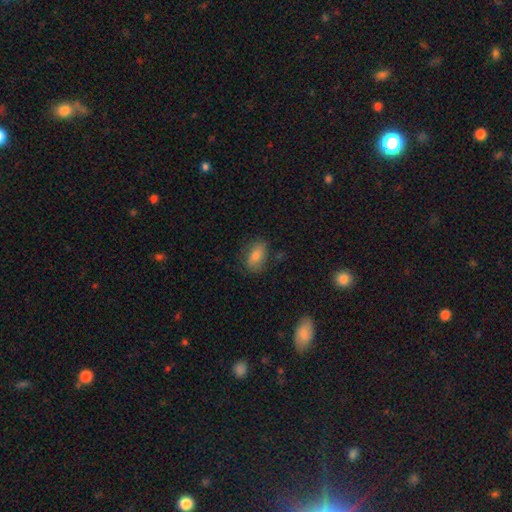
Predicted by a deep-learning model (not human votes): smooth-or-featured: smooth: 75% | featured or disk: 15% | star or artifact: 9%
  how-rounded: in between: 87% | round: 11% | cigar-shaped: 3%
  merging: none: 76% | minor disturbance: 17% | major disturbance: 5% | merger: 2%